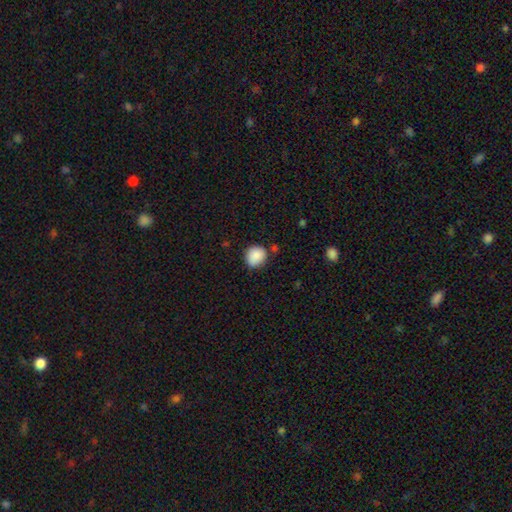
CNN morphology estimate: Smooth or featured? smooth (87%)
How rounded? round (80%)
Merging? none (74%)